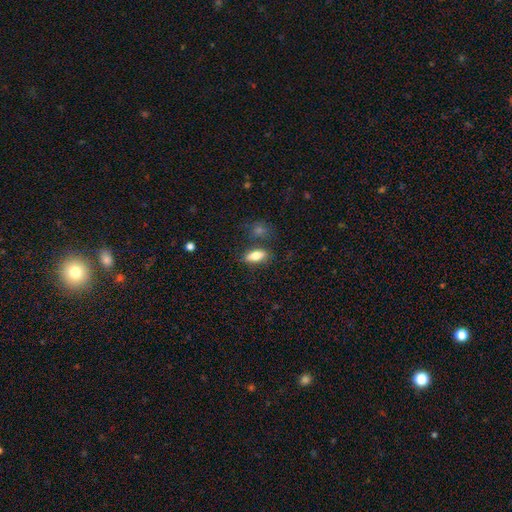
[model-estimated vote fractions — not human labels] smooth-or-featured: smooth: 75% | featured or disk: 17% | star or artifact: 8%
  how-rounded: in between: 77% | cigar-shaped: 19% | round: 4%
  merging: none: 76% | minor disturbance: 13% | merger: 7% | major disturbance: 4%